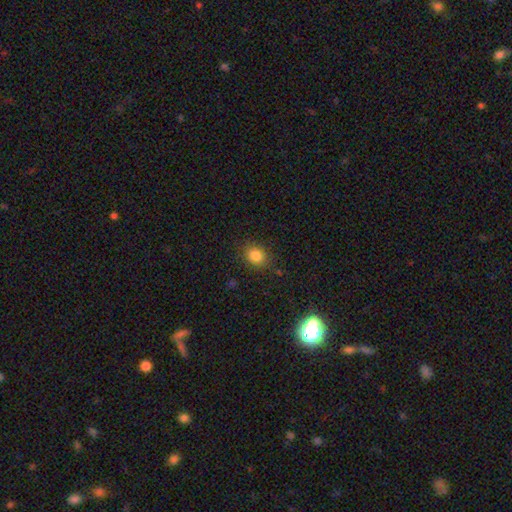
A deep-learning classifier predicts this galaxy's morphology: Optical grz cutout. It shows a smooth galaxy with no disk features (83%) that is round (56%). Merging: none (85%).